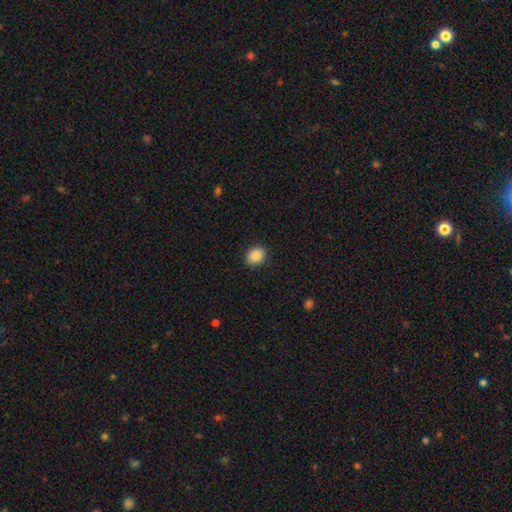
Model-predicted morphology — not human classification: Smooth or featured: smooth — 89% (star or artifact — 8%)
How rounded: round — 53% (in between — 46%)
Merging: none — 90% (minor disturbance — 7%)